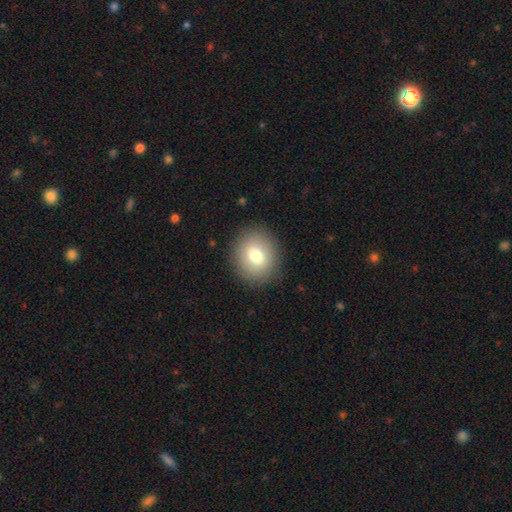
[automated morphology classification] Q: Smooth or featured?
A: smooth (76%); runner-up: featured or disk (14%)
Q: How rounded?
A: round (74%); runner-up: in between (25%)
Q: Merging?
A: none (89%); runner-up: minor disturbance (8%)